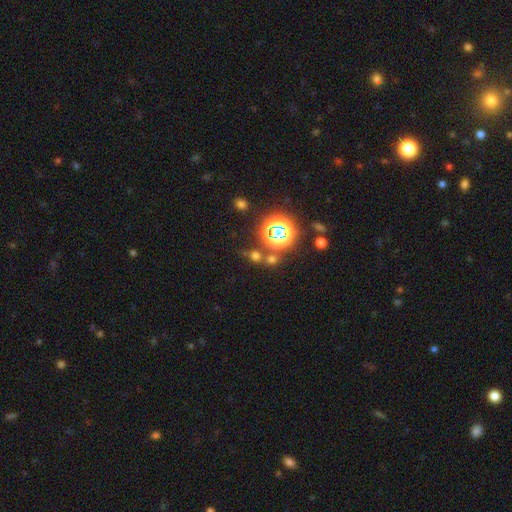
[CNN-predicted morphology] Overall: smooth (47%; star or artifact 44%). Merging: none (66%).